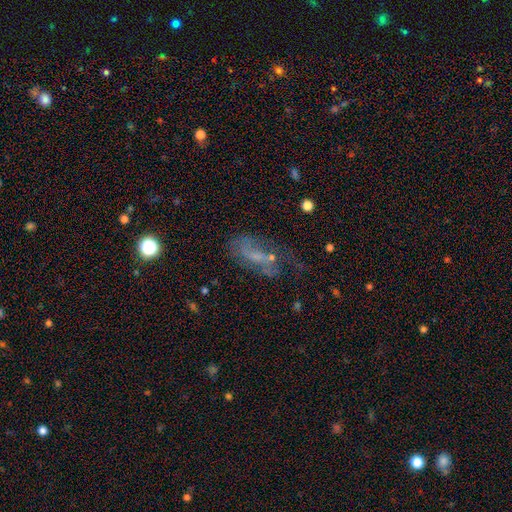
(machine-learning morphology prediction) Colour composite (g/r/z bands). It shows a featured or disk galaxy (52%). Merging: none (40%).